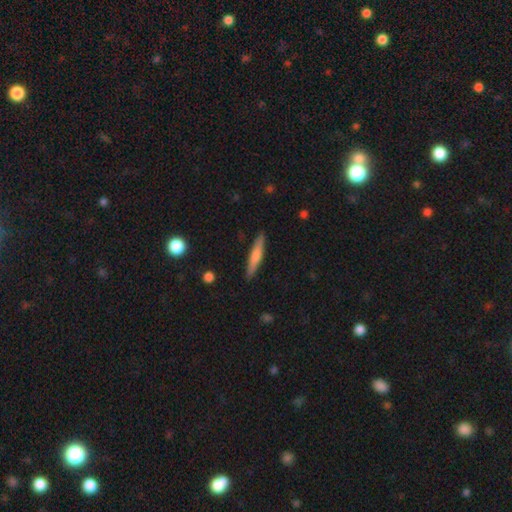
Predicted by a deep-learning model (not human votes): smooth-or-featured: smooth: 63% | featured or disk: 31% | star or artifact: 6%
  how-rounded: cigar-shaped: 91% | in between: 8% | round: 2%
  merging: none: 89% | minor disturbance: 8% | major disturbance: 2% | merger: 1%